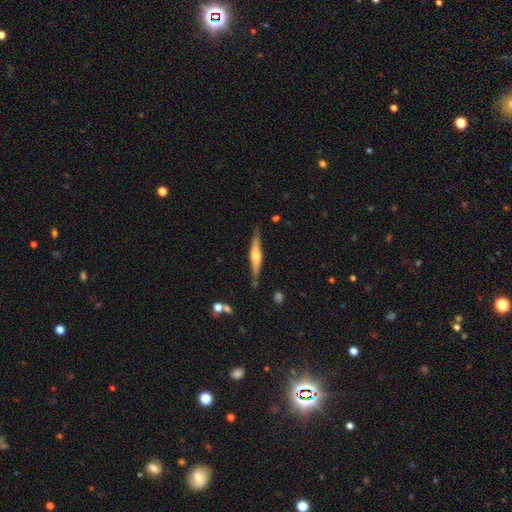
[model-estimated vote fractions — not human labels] Smooth or featured?
  - featured or disk: 63% *
  - smooth: 31%
  - star or artifact: 6%
Edge-on disk?
  - yes: 95% *
  - no: 5%
Edge-on bulge?
  - rounded: 87% *
  - boxy: 8%
  - none: 5%
Merging?
  - none: 83% *
  - minor disturbance: 12%
  - merger: 3%
  - major disturbance: 2%